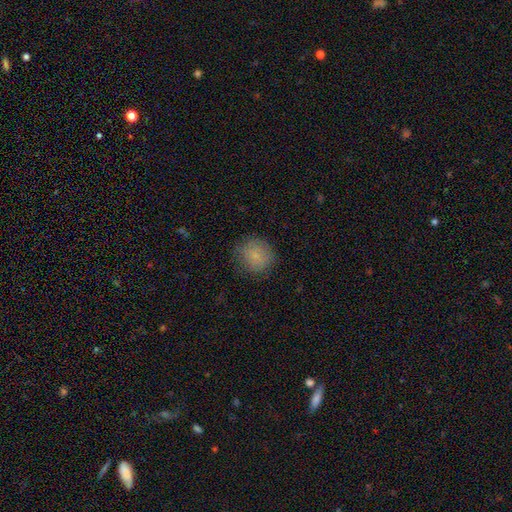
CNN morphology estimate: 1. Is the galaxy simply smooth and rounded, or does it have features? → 79% smooth, 11% featured or disk, 9% star or artifact.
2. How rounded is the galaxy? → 87% round, 12% in between, 1% cigar-shaped.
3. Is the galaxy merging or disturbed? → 79% none, 15% minor disturbance, 5% major disturbance, 1% merger.